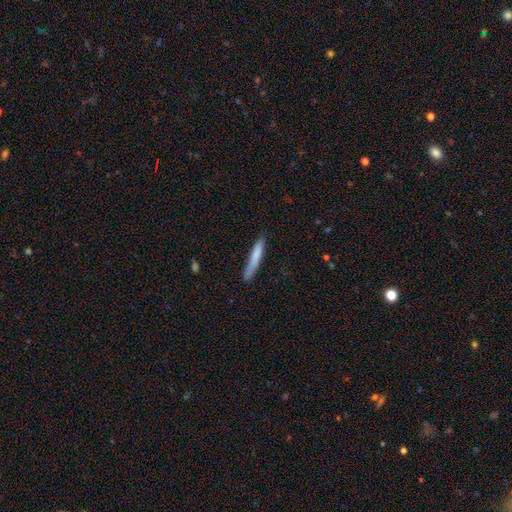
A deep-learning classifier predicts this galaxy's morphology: Smooth or featured: smooth — 75% (featured or disk — 20%)
How rounded: cigar-shaped — 94% (in between — 5%)
Merging: none — 78% (minor disturbance — 17%)